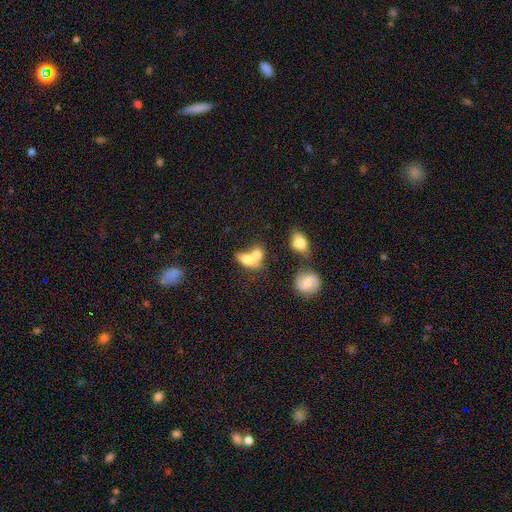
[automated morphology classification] This is likely a smooth galaxy (71%). How rounded: likely in between (69%). Merging: likely merger (64%).